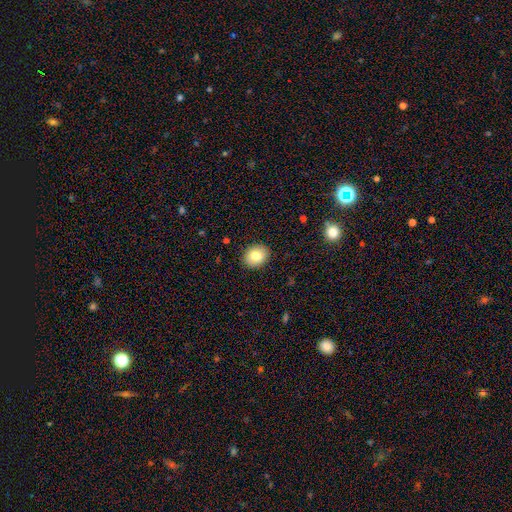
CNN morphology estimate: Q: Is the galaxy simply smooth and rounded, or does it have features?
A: smooth — 81%.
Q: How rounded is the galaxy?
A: round — 57%.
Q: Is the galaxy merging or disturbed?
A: none — 90%.